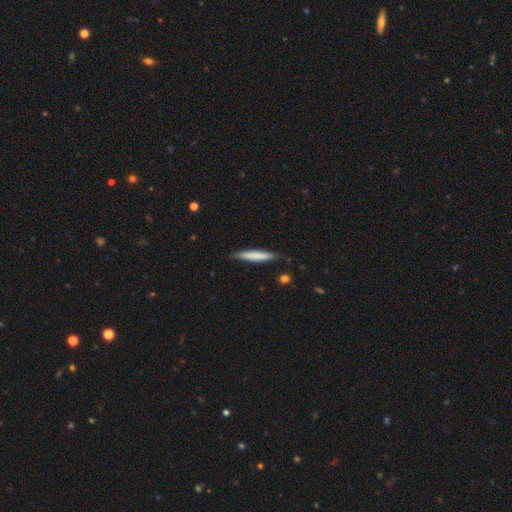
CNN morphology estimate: Smooth or featured? smooth (71%)
How rounded? cigar-shaped (93%)
Merging? none (84%)